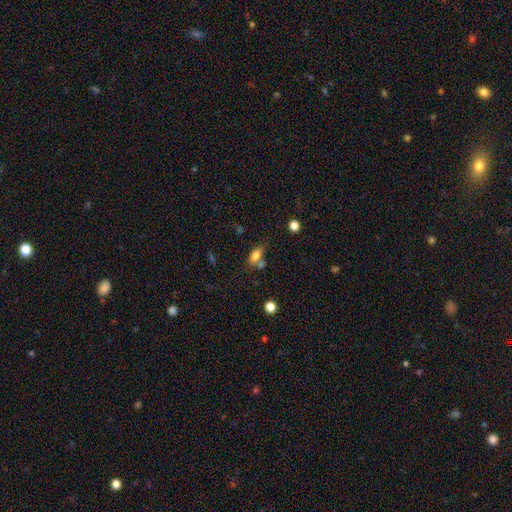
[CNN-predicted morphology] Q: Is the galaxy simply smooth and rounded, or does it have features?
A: smooth — 77%.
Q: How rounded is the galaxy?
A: in between — 83%.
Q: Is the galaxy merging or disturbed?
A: none — 54%.